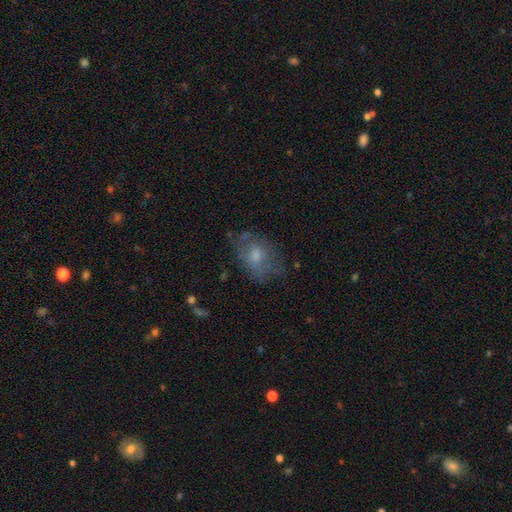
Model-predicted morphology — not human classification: smooth-or-featured: smooth: 50% | featured or disk: 38% | star or artifact: 12%
  how-rounded: in between: 73% | round: 25% | cigar-shaped: 2%
  merging: none: 60% | minor disturbance: 24% | major disturbance: 14% | merger: 2%